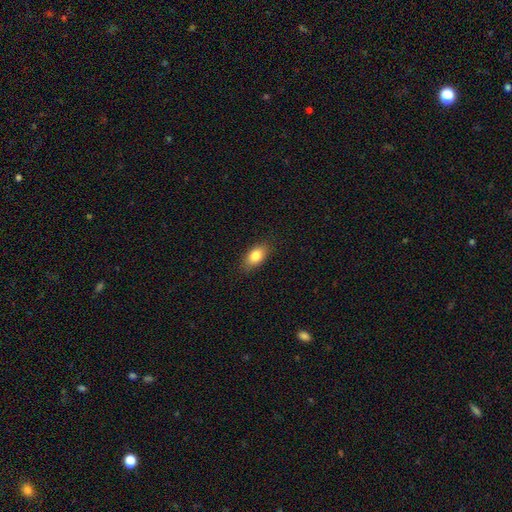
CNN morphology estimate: Smooth or featured? smooth (82%)
How rounded? in between (87%)
Merging? none (84%)